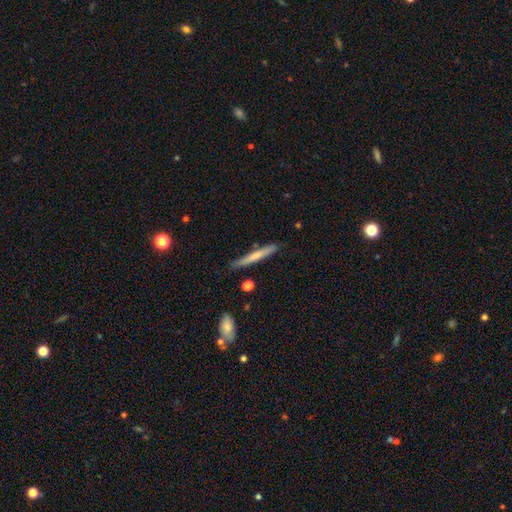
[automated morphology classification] Smooth or featured? Predicted: smooth (p=0.61). How rounded? Predicted: cigar-shaped (p=0.96). Merging? Predicted: none (p=0.83).